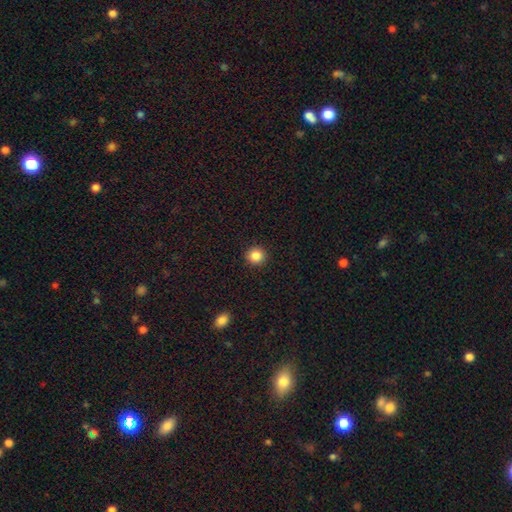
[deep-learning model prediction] Overall: smooth (86%). How rounded: round (94%). Merging: none (92%).